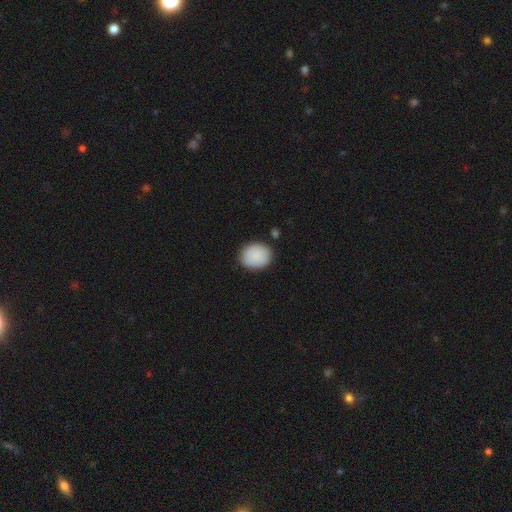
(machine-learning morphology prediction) This is clearly a smooth galaxy (89%). How rounded: possibly round (52%). Merging: clearly none (84%).